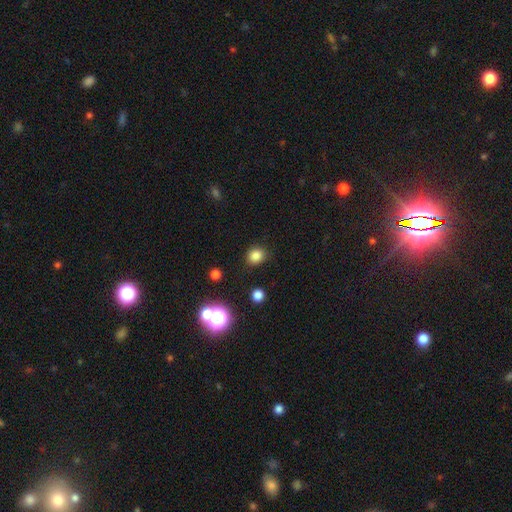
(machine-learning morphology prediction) Overall: smooth (82%). How rounded: round (75%). Merging: none (84%).